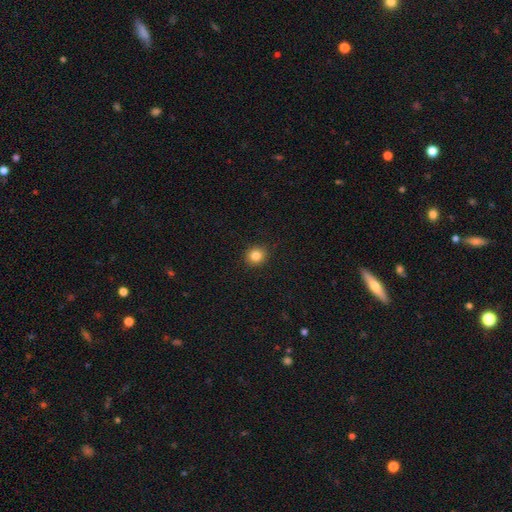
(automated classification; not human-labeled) smooth 84%, star or artifact 11%, featured or disk 5%. Down the decision tree: how rounded — round (84%); merging — none (91%).